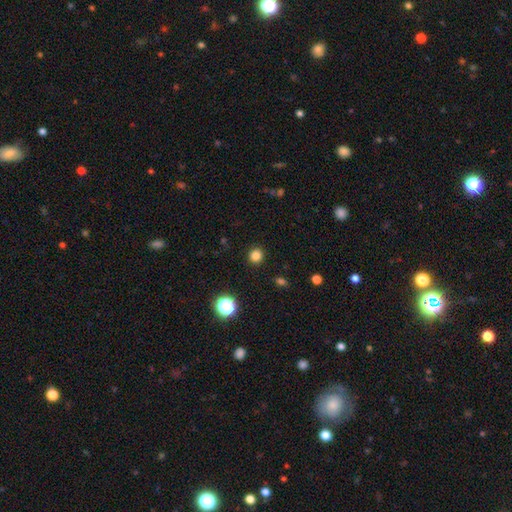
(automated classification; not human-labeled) A smooth galaxy with no disk features (83%) that is round (92%).

Vote fractions:
- Smooth or featured? smooth: 83% / star or artifact: 14% / featured or disk: 4%
- How rounded? round: 92% / in between: 7% / cigar-shaped: 1%
- Merging? none: 91% / minor disturbance: 5% / major disturbance: 2% / merger: 1%